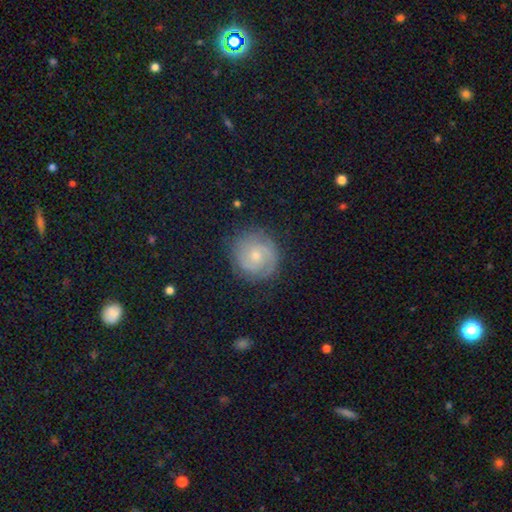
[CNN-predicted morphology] Smooth or featured? Predicted: featured or disk (p=0.70). Edge-on disk? Predicted: no (p=0.98). Bar? Predicted: no (p=0.69). Spiral arms? Predicted: yes (p=0.92). Spiral winding? Predicted: tight (p=0.61). Spiral arm count? Predicted: 2 (p=0.55). Bulge size? Predicted: small (p=0.59). Merging? Predicted: none (p=0.81).